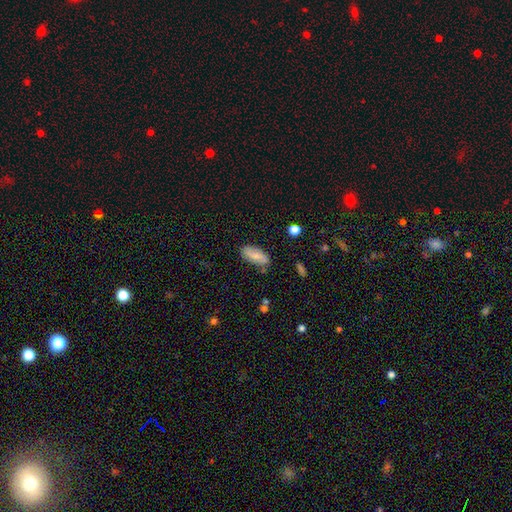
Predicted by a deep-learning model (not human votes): Smooth or featured: smooth — 71% (featured or disk — 22%)
How rounded: in between — 82% (cigar-shaped — 15%)
Merging: none — 75% (minor disturbance — 19%)